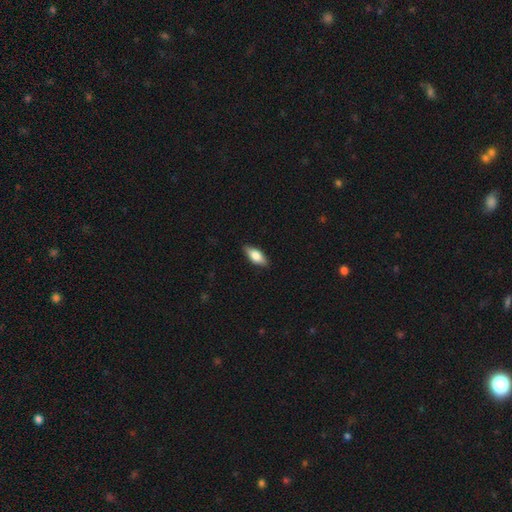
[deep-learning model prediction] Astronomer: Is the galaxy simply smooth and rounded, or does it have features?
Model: smooth — 65%.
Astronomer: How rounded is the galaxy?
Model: in between — 77%.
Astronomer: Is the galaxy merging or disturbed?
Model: none — 87%.